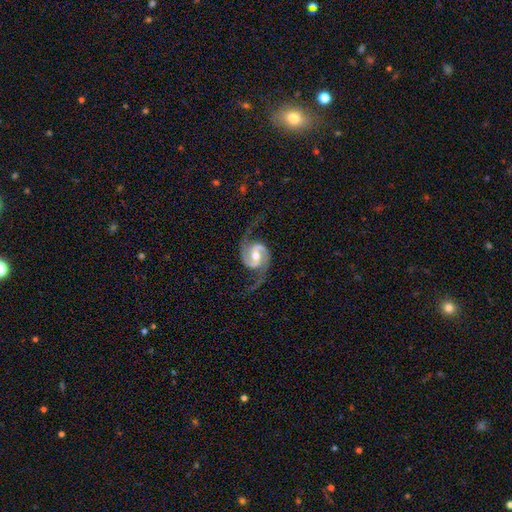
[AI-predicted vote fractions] smooth-or-featured: featured or disk: 93% | star or artifact: 4% | smooth: 3%
  disk-edge-on: no: 98% | yes: 2%
    bar: weak: 46% | no: 27% | strong: 27%
    has-spiral-arms: yes: 98% | no: 2%
      spiral-winding: medium: 52% | loose: 36% | tight: 12%
      spiral-arm-count: 2: 95% | can't tell: 1% | 1: 1% | 3: 1% | 4: 1% | more than 4: 1%
    bulge-size: moderate: 72% | small: 20% | large: 6% | none: 1% | dominant: 1%
  merging: none: 74% | minor disturbance: 14% | major disturbance: 10% | merger: 1%